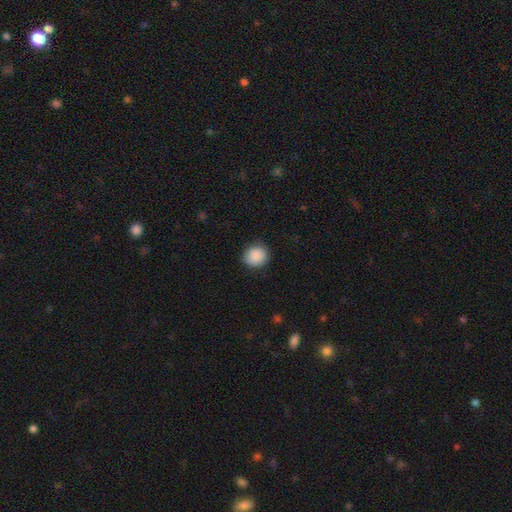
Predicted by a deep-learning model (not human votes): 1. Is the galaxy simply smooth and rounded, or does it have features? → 90% smooth, 8% star or artifact, 3% featured or disk.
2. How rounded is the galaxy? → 80% round, 19% in between, 1% cigar-shaped.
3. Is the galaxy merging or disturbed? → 87% none, 10% minor disturbance, 2% major disturbance, 1% merger.